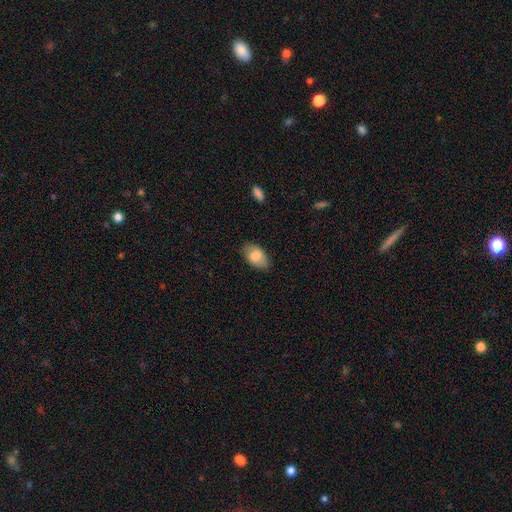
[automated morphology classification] A smooth galaxy with no disk features (79%) that is in between round and cigar-shaped (93%).

Vote fractions:
- Smooth or featured? smooth: 79% / featured or disk: 15% / star or artifact: 7%
- How rounded? in between: 93% / round: 6% / cigar-shaped: 2%
- Merging? none: 81% / minor disturbance: 15% / major disturbance: 3% / merger: 1%